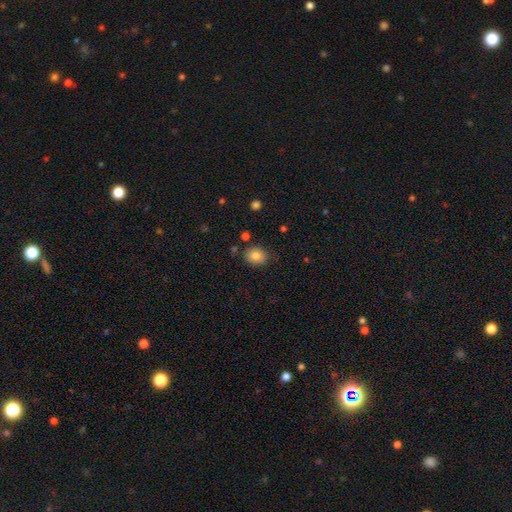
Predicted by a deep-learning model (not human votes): Morphology: type=smooth (81%); roundness=round (54%); merging=none (81%).